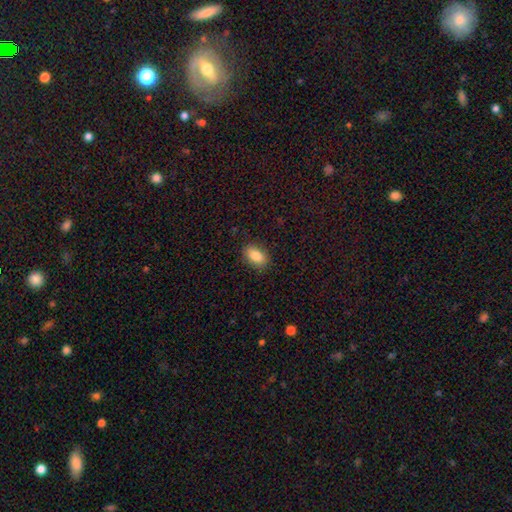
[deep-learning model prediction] Smooth or featured?
  - smooth: 84% *
  - featured or disk: 8%
  - star or artifact: 8%
How rounded?
  - in between: 89% *
  - round: 9%
  - cigar-shaped: 3%
Merging?
  - none: 87% *
  - minor disturbance: 10%
  - major disturbance: 2%
  - merger: 1%